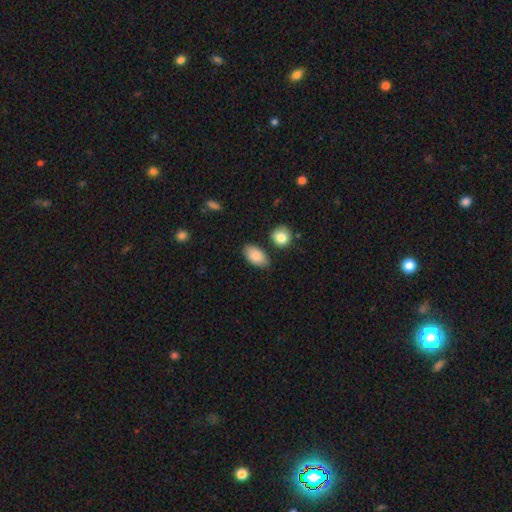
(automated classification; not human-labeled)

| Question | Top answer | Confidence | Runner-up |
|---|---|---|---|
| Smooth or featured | smooth | 87% | star or artifact (6%) |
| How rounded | in between | 93% | round (5%) |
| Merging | none | 77% | minor disturbance (15%) |